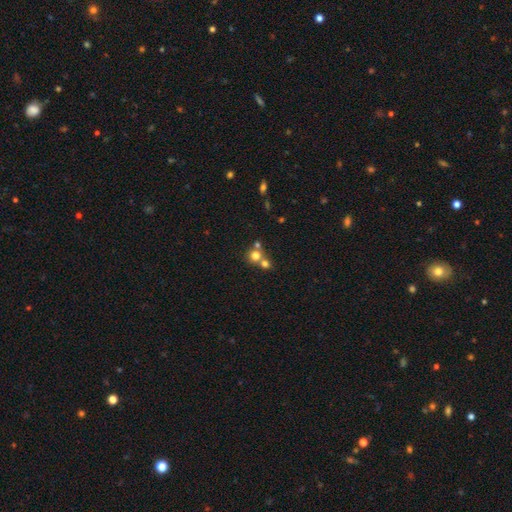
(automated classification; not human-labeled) Smooth or featured?
  - smooth: 73% *
  - star or artifact: 14%
  - featured or disk: 12%
How rounded?
  - round: 87% *
  - in between: 12%
  - cigar-shaped: 1%
Merging?
  - merger: 47% *
  - none: 44%
  - minor disturbance: 6%
  - major disturbance: 3%